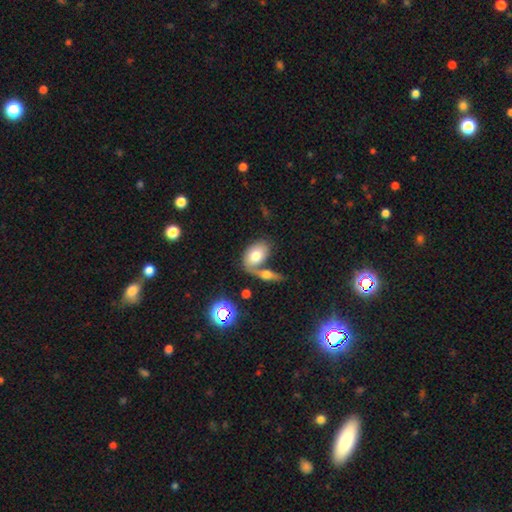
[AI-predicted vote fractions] smooth_or_featured: smooth (p=0.70) [alt: featured or disk p=0.21]
how_rounded: in between (p=0.88) [alt: round p=0.11]
merging: merger (p=0.46) [alt: none p=0.36]